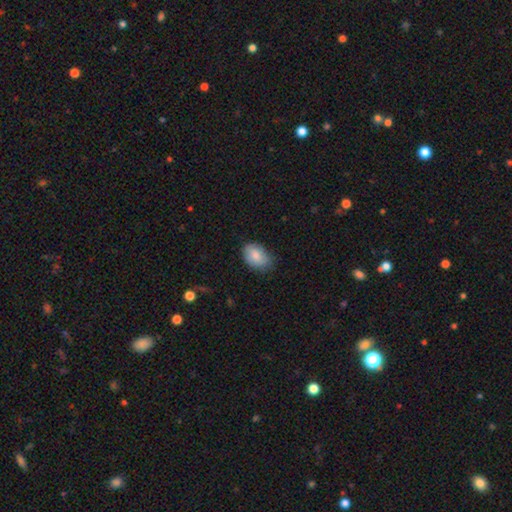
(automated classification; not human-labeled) A smooth galaxy with no disk features (81%) that is in between round and cigar-shaped (86%). Merging: none (70%).